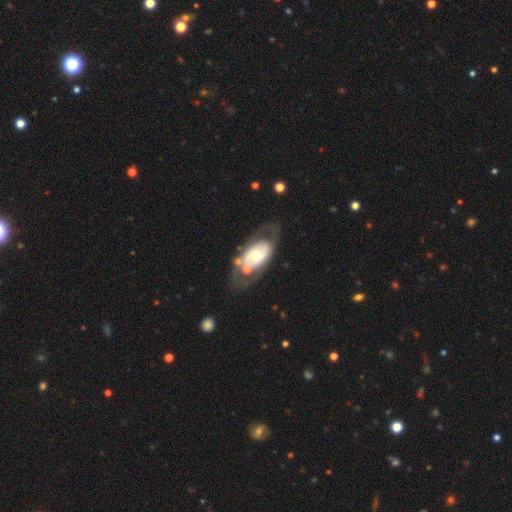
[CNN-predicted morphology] This is likely a featured or disk galaxy (61%). It is clearly not viewed edge-on (91%). Bar: likely no (77%). Spiral arm pattern: likely no (65%). Central bulge: likely moderate (62%). Merging: possibly none (53%).